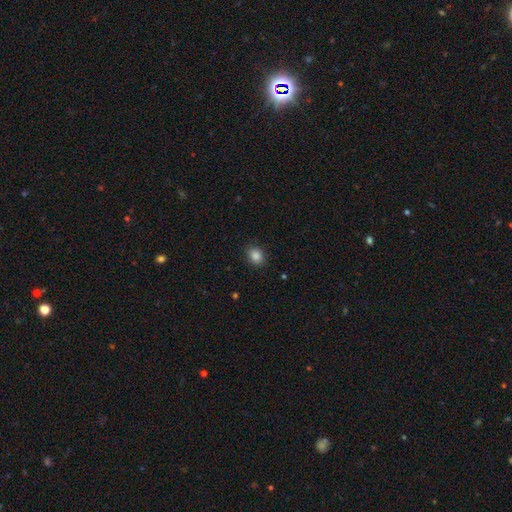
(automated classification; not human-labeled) smooth-or-featured: smooth: 86% | star or artifact: 10% | featured or disk: 4%
  how-rounded: round: 53% | in between: 46% | cigar-shaped: 1%
  merging: none: 87% | minor disturbance: 9% | major disturbance: 2% | merger: 1%